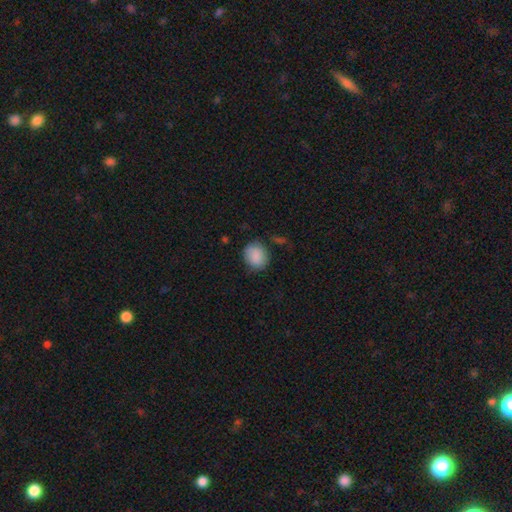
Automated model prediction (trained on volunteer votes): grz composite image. It shows a smooth galaxy with no disk features (87%) that is round (68%). Merging: none (78%).